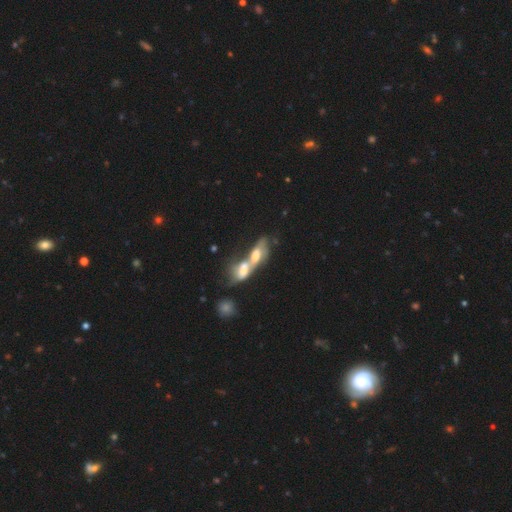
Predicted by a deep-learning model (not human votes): Overall: featured or disk (46%; smooth 44%). Merging: merger (79%).